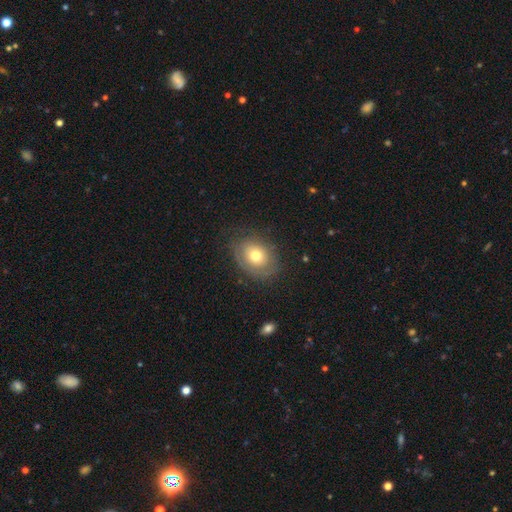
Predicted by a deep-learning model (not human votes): The model was most divided on "how rounded": in between: 60%, round: 39%, cigar-shaped: 1%. More confident: merging — none (73%); smooth or featured — smooth (61%).